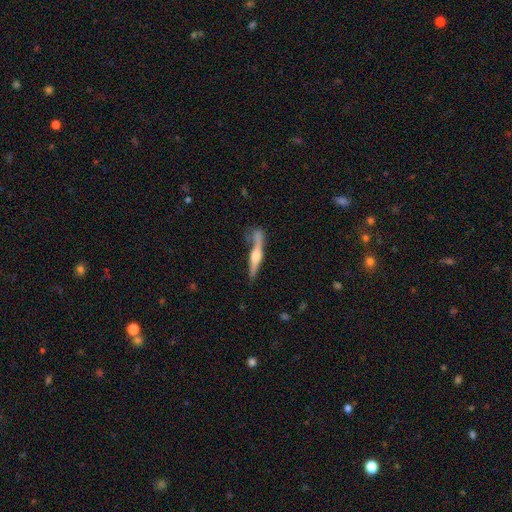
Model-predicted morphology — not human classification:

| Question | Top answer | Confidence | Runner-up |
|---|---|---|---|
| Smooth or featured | featured or disk | 72% | smooth (23%) |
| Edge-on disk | yes | 96% | no (4%) |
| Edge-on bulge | rounded | 89% | boxy (7%) |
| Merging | none | 69% | minor disturbance (18%) |